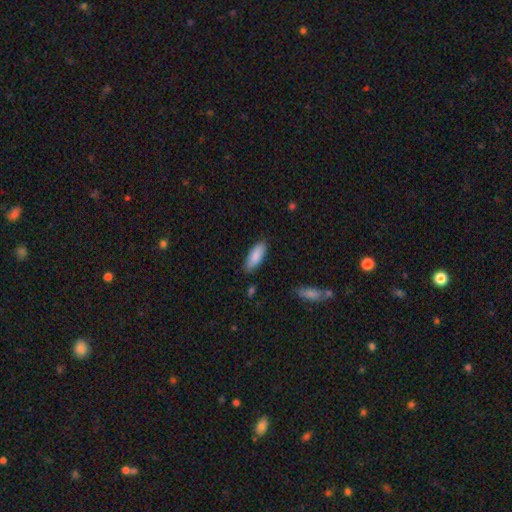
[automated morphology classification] Q: Smooth or featured?
A: smooth (87%); runner-up: featured or disk (7%)
Q: How rounded?
A: in between (75%); runner-up: cigar-shaped (23%)
Q: Merging?
A: none (83%); runner-up: minor disturbance (13%)